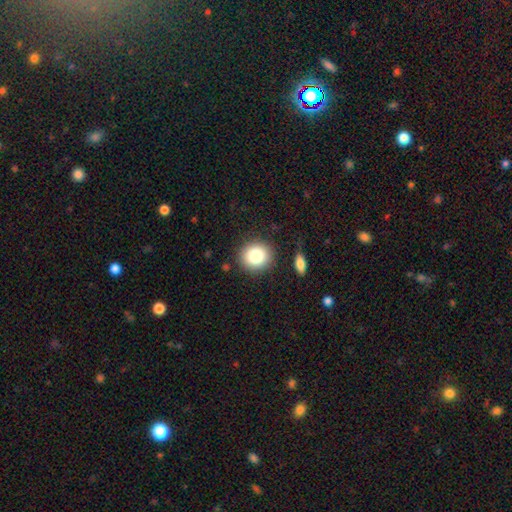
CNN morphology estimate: Smooth or featured? smooth (82%)
How rounded? round (85%)
Merging? none (87%)